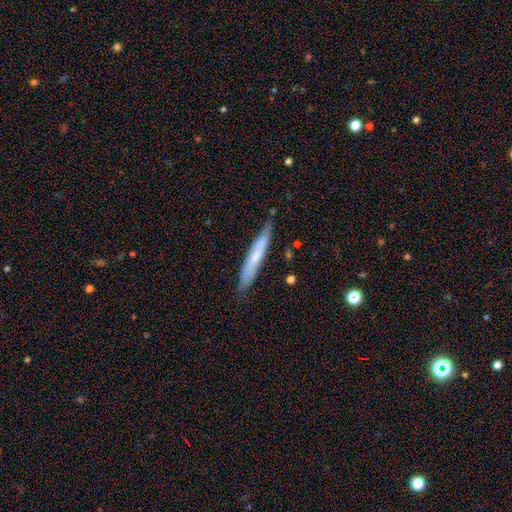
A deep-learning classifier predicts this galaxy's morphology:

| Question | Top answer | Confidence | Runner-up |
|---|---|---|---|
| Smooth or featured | smooth | 56% | featured or disk (38%) |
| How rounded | cigar-shaped | 94% | in between (5%) |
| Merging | none | 77% | minor disturbance (19%) |